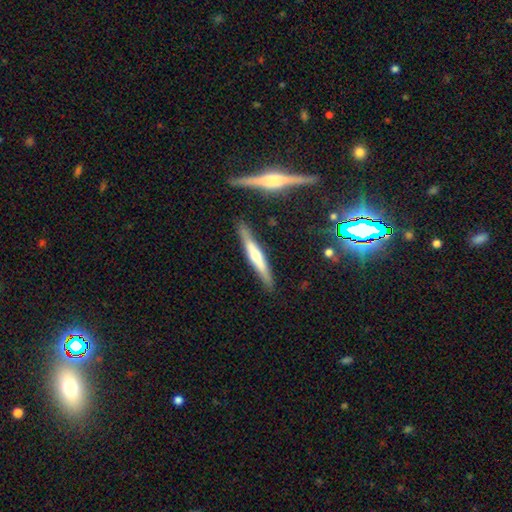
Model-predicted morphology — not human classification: Smooth or featured? Predicted: featured or disk (p=0.51). Edge-on disk? Predicted: yes (p=0.95). Merging? Predicted: none (p=0.87).